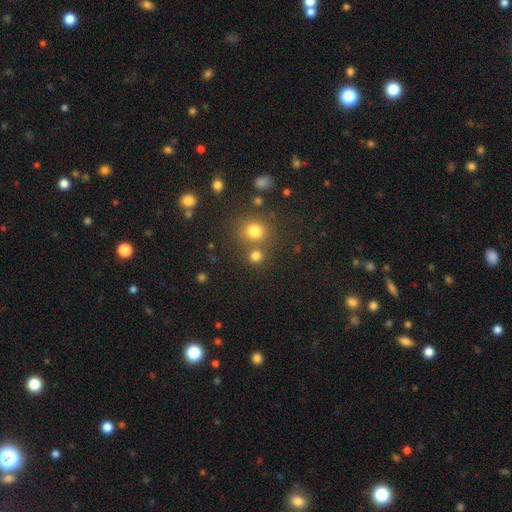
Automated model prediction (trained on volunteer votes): A smooth galaxy with no disk features (76%) that is round (88%).

Vote fractions:
- Smooth or featured? smooth: 76% / star or artifact: 17% / featured or disk: 7%
- How rounded? round: 88% / in between: 11% / cigar-shaped: 1%
- Merging? none: 68% / merger: 21% / minor disturbance: 7% / major disturbance: 3%